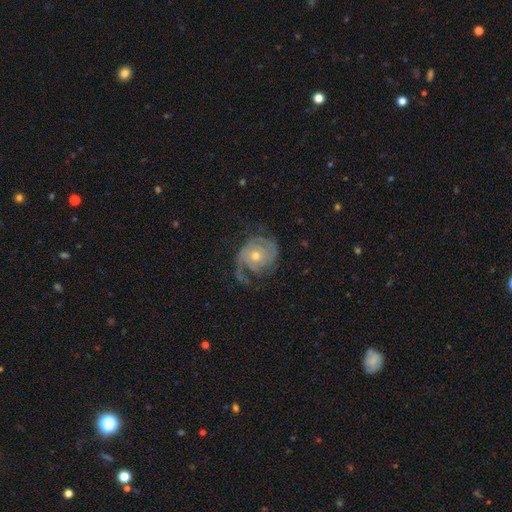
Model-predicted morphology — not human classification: featured or disk 85%, smooth 9%, star or artifact 6%. Down the decision tree: edge-on disk — no (97%); bar — no (78%); spiral arms — yes (95%); spiral arm count — 2 (52%); spiral winding — tight (48%); bulge size — moderate (53%); merging — none (61%).